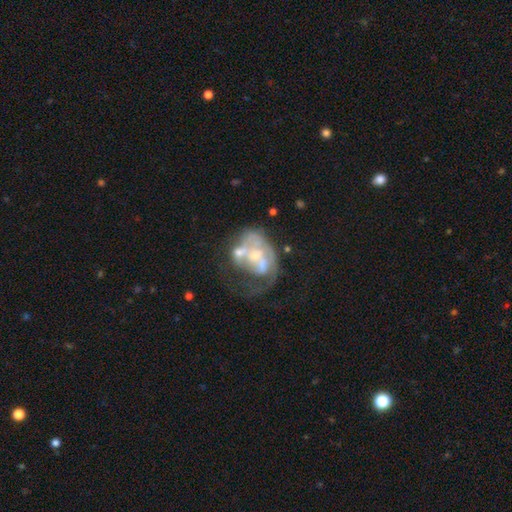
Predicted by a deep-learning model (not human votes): Smooth or featured? featured or disk (72%)
Edge-on disk? no (98%)
Bar? no (70%)
Spiral arms? yes (53%)
Bulge size? small (39%)
Merging? major disturbance (40%)